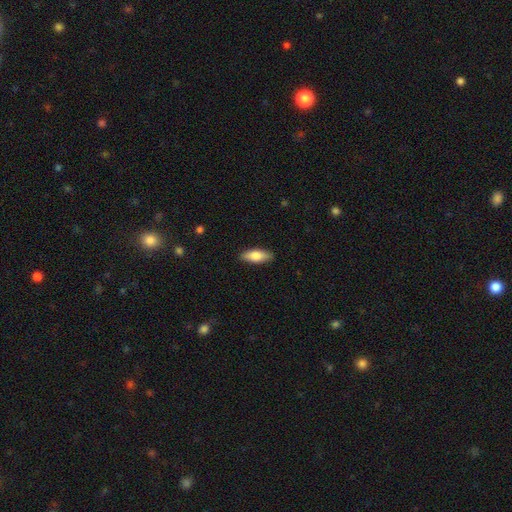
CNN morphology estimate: Q: Smooth or featured?
A: smooth (78%); runner-up: featured or disk (16%)
Q: How rounded?
A: in between (72%); runner-up: cigar-shaped (25%)
Q: Merging?
A: none (89%); runner-up: minor disturbance (8%)